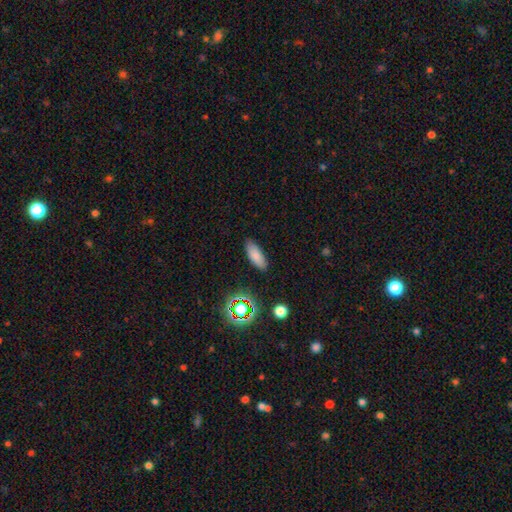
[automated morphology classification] Q: Smooth or featured?
A: smooth (80%); runner-up: star or artifact (11%)
Q: How rounded?
A: in between (72%); runner-up: cigar-shaped (25%)
Q: Merging?
A: none (86%); runner-up: minor disturbance (10%)